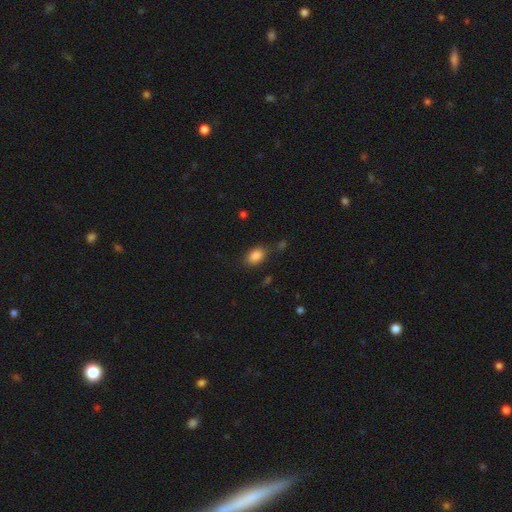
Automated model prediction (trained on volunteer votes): This appears to be a smooth galaxy with no disk features (85%) that is in between round and cigar-shaped (82%). Merging: none (78%).